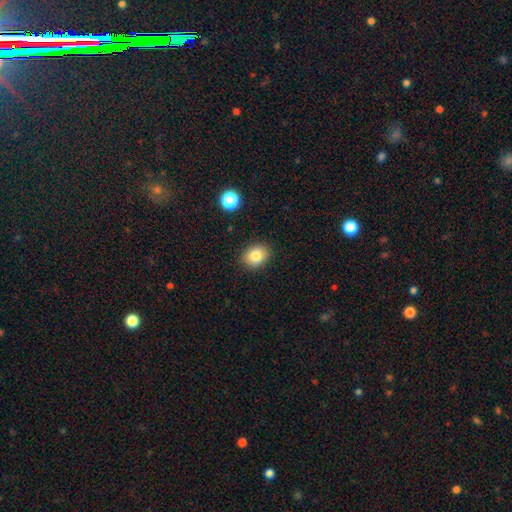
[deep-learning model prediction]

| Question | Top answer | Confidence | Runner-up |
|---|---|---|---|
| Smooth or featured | smooth | 82% | star or artifact (10%) |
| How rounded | in between | 52% | round (47%) |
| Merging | none | 88% | minor disturbance (8%) |